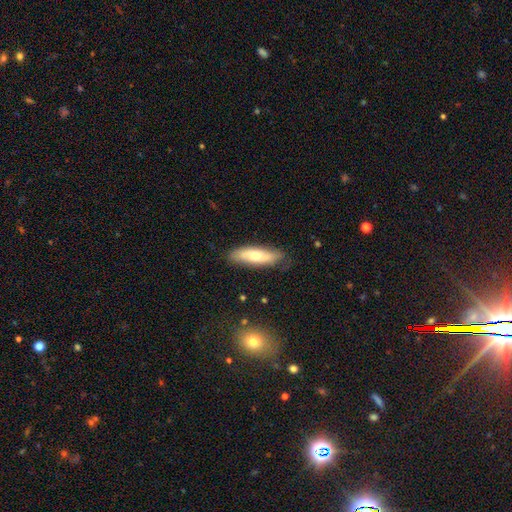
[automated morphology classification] smooth_or_featured: smooth (p=0.62) [alt: featured or disk p=0.32]
how_rounded: cigar-shaped (p=0.50) [alt: in between p=0.48]
merging: none (p=0.80) [alt: minor disturbance p=0.16]